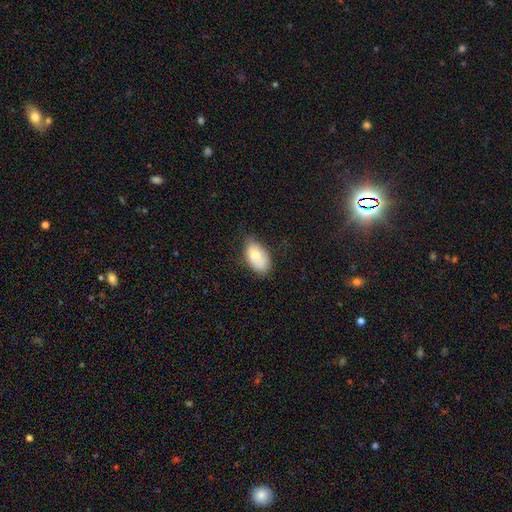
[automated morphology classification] Smooth or featured?
  - smooth: 73% *
  - featured or disk: 19%
  - star or artifact: 7%
How rounded?
  - in between: 93% *
  - round: 6%
  - cigar-shaped: 1%
Merging?
  - none: 67% *
  - minor disturbance: 27%
  - major disturbance: 5%
  - merger: 2%